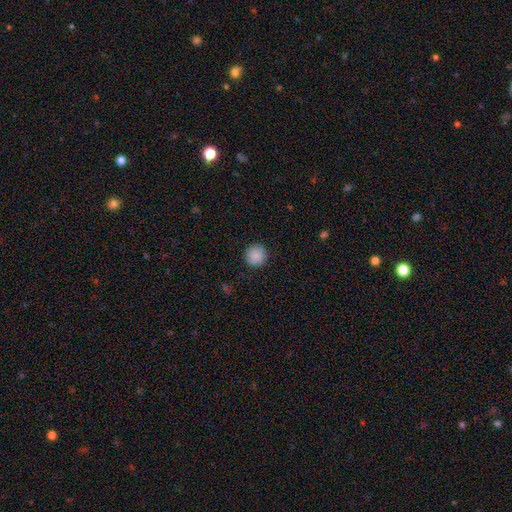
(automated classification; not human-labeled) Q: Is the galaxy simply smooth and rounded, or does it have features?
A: smooth — 88%.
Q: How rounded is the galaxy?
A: round — 94%.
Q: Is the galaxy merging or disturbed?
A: none — 91%.